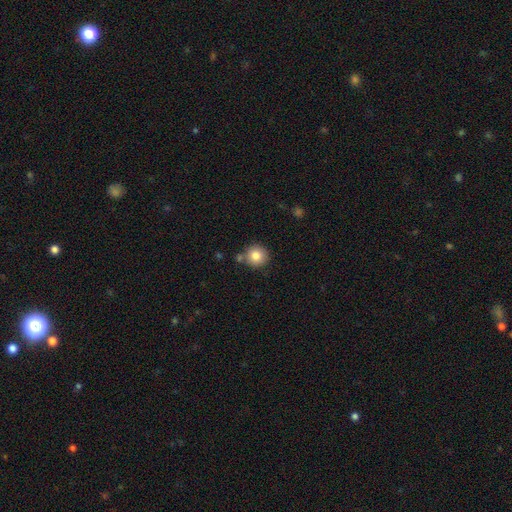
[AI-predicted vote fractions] This is clearly a smooth galaxy (82%). How rounded: clearly round (93%). Merging: likely none (75%).